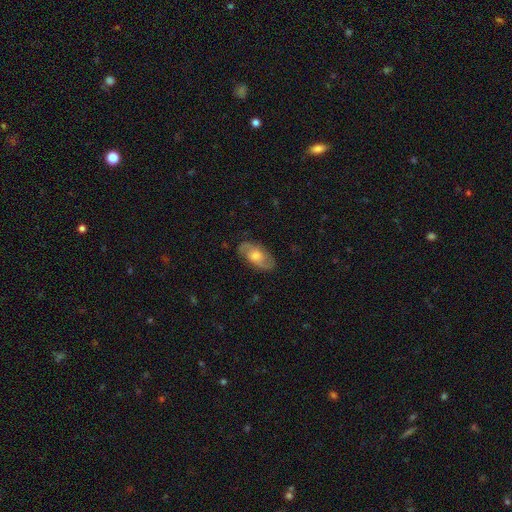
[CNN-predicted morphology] Smooth or featured? featured or disk (66%)
Edge-on disk? no (93%)
Bar? no (59%)
Spiral arms? yes (89%)
Spiral winding? medium (48%)
Spiral arm count? 2 (85%)
Bulge size? moderate (54%)
Merging? none (80%)